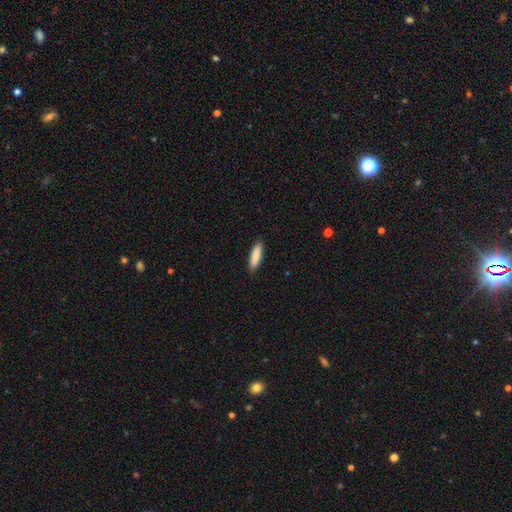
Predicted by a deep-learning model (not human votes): A smooth galaxy with no disk features (89%) that is cigar-shaped (63%).

Vote fractions:
- Smooth or featured? smooth: 89% / featured or disk: 6% / star or artifact: 5%
- How rounded? cigar-shaped: 63% / in between: 36% / round: 1%
- Merging? none: 89% / minor disturbance: 8% / major disturbance: 2% / merger: 1%